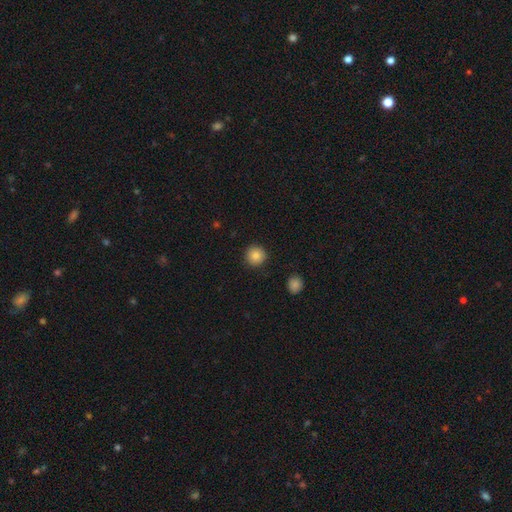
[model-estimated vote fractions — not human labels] The model was most divided on "smooth or featured": smooth: 85%, star or artifact: 9%, featured or disk: 6%. More confident: how rounded — round (95%); merging — none (91%).